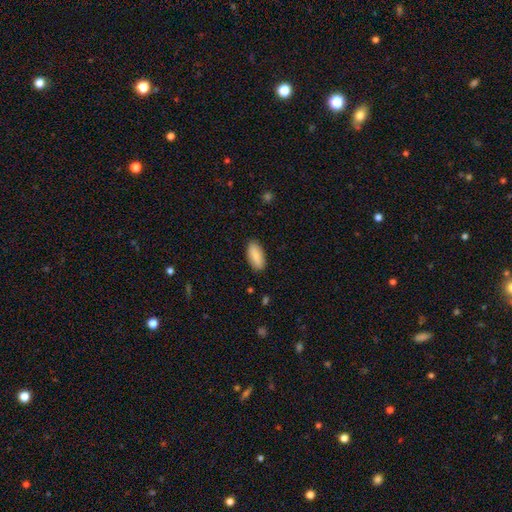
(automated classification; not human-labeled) smooth_or_featured: smooth (p=0.85) [alt: featured or disk p=0.09]
how_rounded: in between (p=0.86) [alt: cigar-shaped p=0.12]
merging: none (p=0.88) [alt: minor disturbance p=0.09]